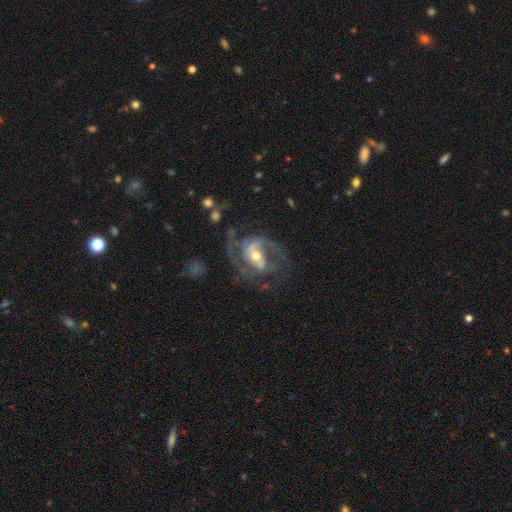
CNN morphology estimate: Overall: featured or disk (89%). Edge-on disk: no (97%). Bar: weak (39%; strong 36%). Spiral arms: yes (95%). Spiral arm count: 2 (78%). Spiral winding: medium (57%; tight 22%). Bulge size: moderate (62%; small 31%). Merging: none (60%).